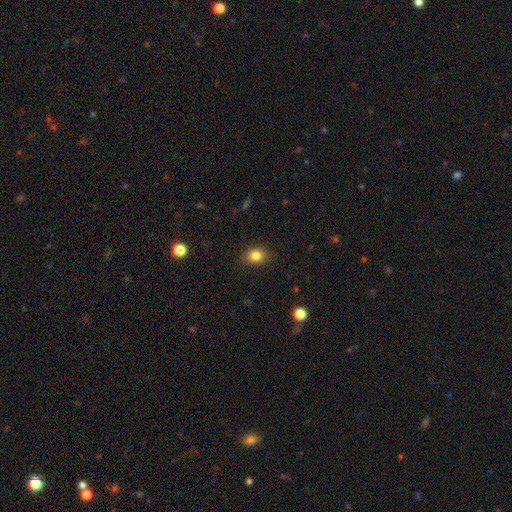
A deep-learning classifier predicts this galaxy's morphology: The model was most divided on "how rounded": in between: 58%, round: 41%, cigar-shaped: 1%. More confident: merging — none (88%); smooth or featured — smooth (84%).